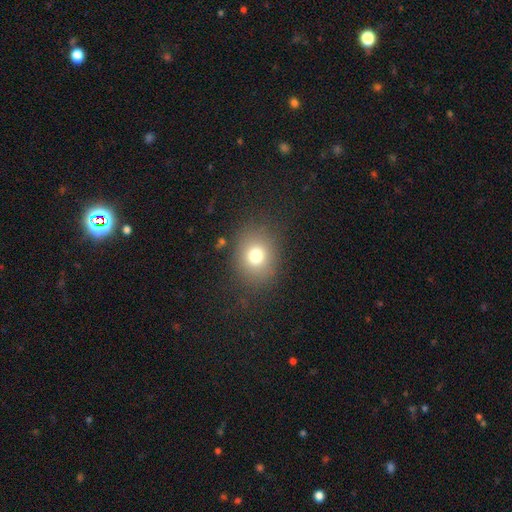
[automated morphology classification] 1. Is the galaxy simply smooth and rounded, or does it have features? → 75% smooth, 14% star or artifact, 11% featured or disk.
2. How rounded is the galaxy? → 60% round, 39% in between, 1% cigar-shaped.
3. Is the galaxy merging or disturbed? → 81% none, 11% minor disturbance, 6% major disturbance, 2% merger.